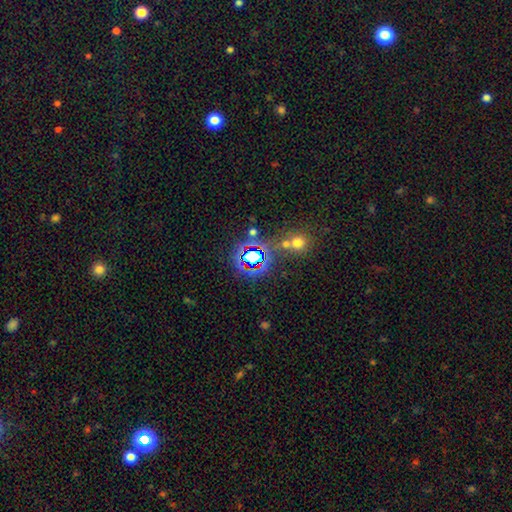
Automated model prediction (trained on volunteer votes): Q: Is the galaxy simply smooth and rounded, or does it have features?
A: star or artifact — 62%.